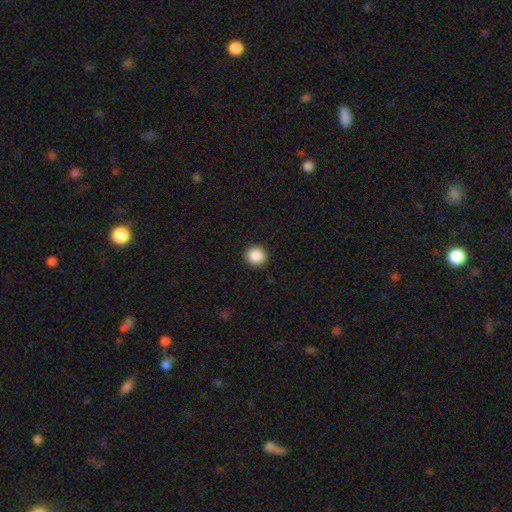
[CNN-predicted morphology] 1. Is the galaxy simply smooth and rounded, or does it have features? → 88% smooth, 9% star or artifact, 3% featured or disk.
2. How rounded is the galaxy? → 92% round, 7% in between, 1% cigar-shaped.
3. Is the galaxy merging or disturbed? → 92% none, 5% minor disturbance, 2% major disturbance, 1% merger.